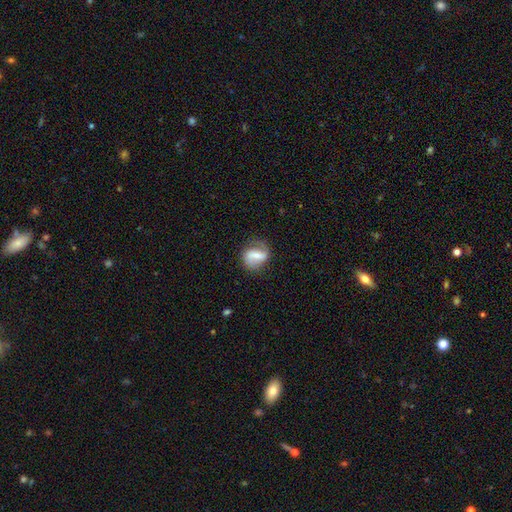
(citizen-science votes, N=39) smooth_or_featured: featured or disk (p=0.62) [alt: smooth p=0.38]
disk_edge_on: no (p=0.92) [alt: yes p=0.08]
bar: weak (p=0.45) [alt: strong p=0.41]
has_spiral_arms: yes (p=0.86) [alt: no p=0.14]
spiral_winding: medium (p=0.47) [alt: tight p=0.26]
spiral_arm_count: 2 (p=0.79) [alt: 1 p=0.11]
bulge_size: small (p=0.41) [alt: moderate p=0.32]
merging: none (p=0.62) [alt: minor disturbance p=0.26]